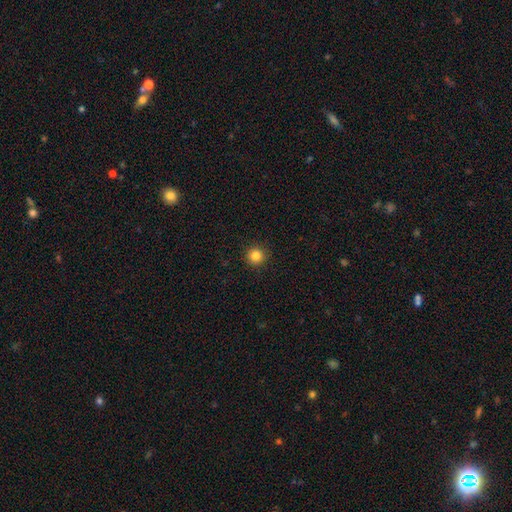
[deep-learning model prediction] This appears to be a smooth galaxy with no disk features (84%) that is round (95%). Merging: none (92%).